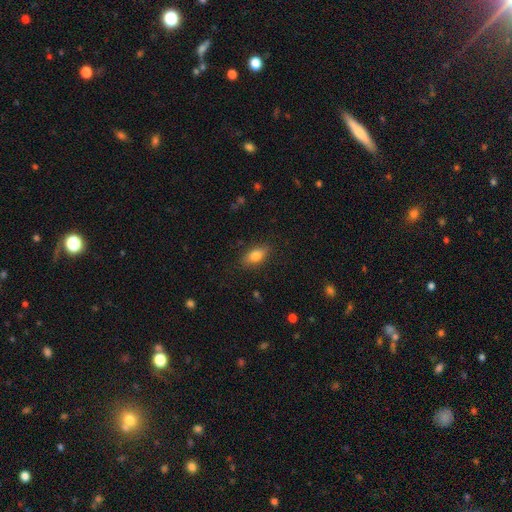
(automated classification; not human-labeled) smooth-or-featured: smooth: 79% | featured or disk: 13% | star or artifact: 8%
  how-rounded: in between: 84% | cigar-shaped: 10% | round: 5%
  merging: none: 83% | minor disturbance: 13% | major disturbance: 3% | merger: 1%